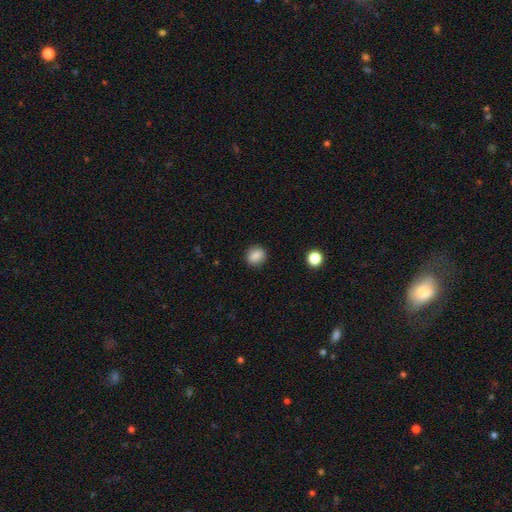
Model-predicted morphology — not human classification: The model was most divided on "how rounded": round: 61%, in between: 37%, cigar-shaped: 1%. More confident: merging — none (88%); smooth or featured — smooth (85%).